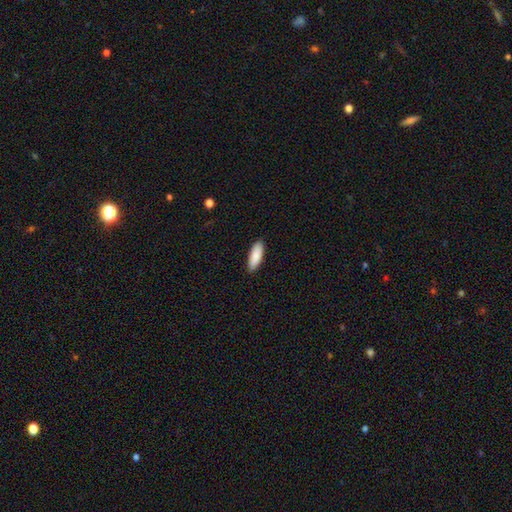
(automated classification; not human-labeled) Morphology: type=smooth (89%); roundness=in between (62%); merging=none (89%).